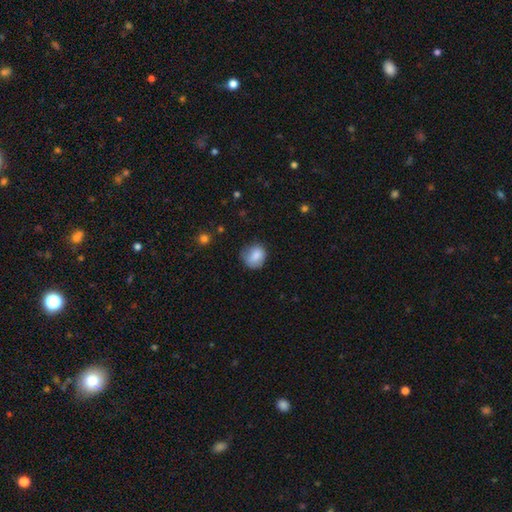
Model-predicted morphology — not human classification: A smooth galaxy with no disk features (83%) that is round (72%).

Vote fractions:
- Smooth or featured? smooth: 83% / featured or disk: 9% / star or artifact: 8%
- How rounded? round: 72% / in between: 27% / cigar-shaped: 1%
- Merging? none: 63% / minor disturbance: 27% / major disturbance: 8% / merger: 2%